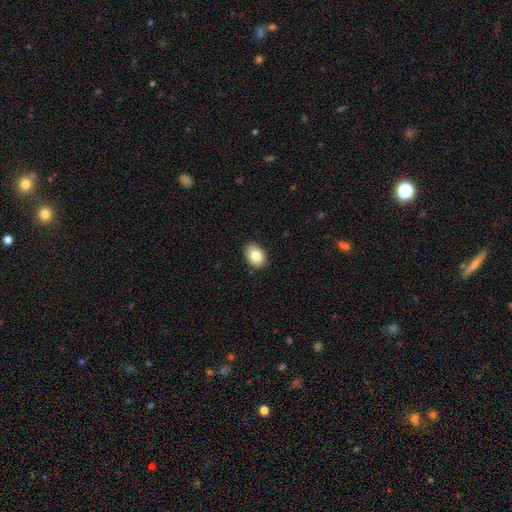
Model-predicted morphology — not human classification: Q: Smooth or featured?
A: smooth (83%); runner-up: featured or disk (10%)
Q: How rounded?
A: in between (81%); runner-up: round (18%)
Q: Merging?
A: none (88%); runner-up: minor disturbance (9%)